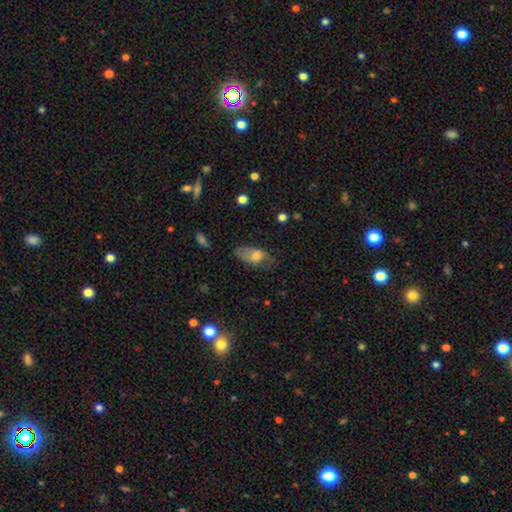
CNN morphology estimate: A smooth galaxy with no disk features (63%) that is in between round and cigar-shaped (88%). Merging: none (53%).